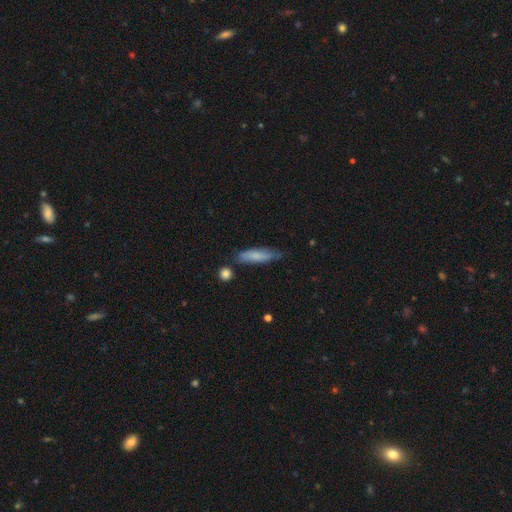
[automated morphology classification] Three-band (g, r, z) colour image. It shows a smooth galaxy with no disk features (75%) that is cigar-shaped (74%). Merging: none (68%).